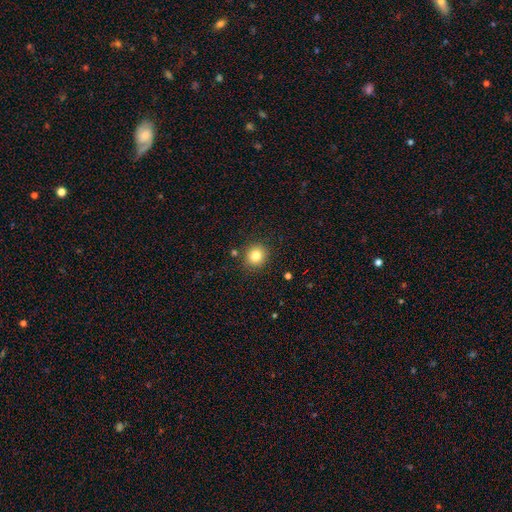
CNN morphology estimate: This is clearly a smooth galaxy (81%). How rounded: clearly round (88%). Merging: clearly none (88%).